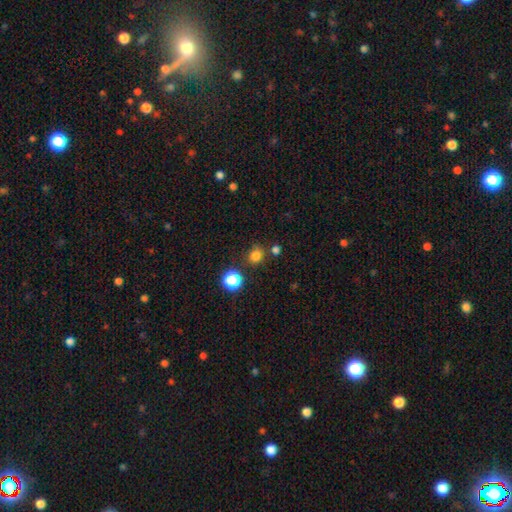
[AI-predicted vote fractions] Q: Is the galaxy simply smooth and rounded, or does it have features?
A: smooth — 78%.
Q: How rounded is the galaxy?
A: round — 81%.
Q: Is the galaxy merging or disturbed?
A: none — 77%.